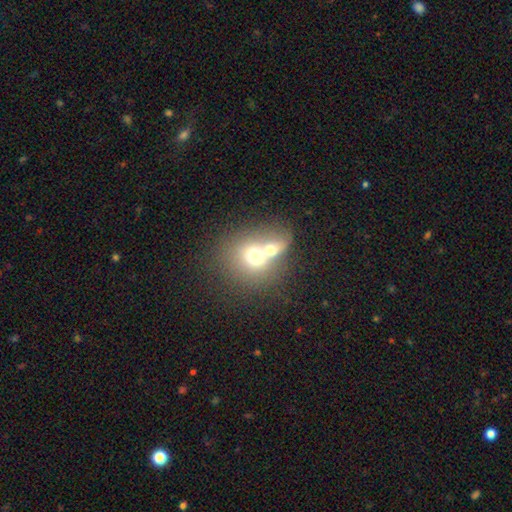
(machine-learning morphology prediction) The model was most divided on "smooth or featured": smooth: 65%, featured or disk: 23%, star or artifact: 12%. More confident: how rounded — round (72%); merging — merger (66%).